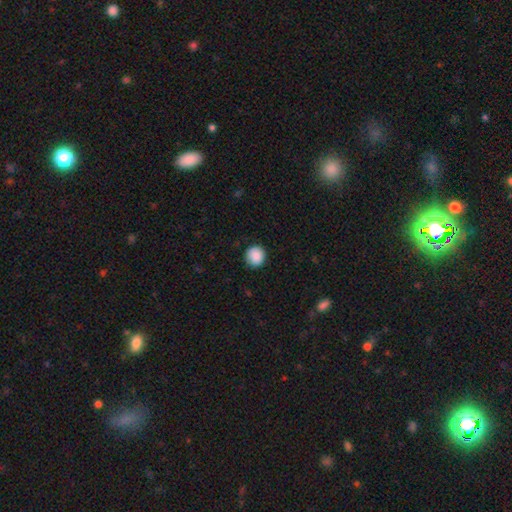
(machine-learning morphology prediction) This is clearly a smooth galaxy (89%). How rounded: clearly round (92%). Merging: clearly none (88%).